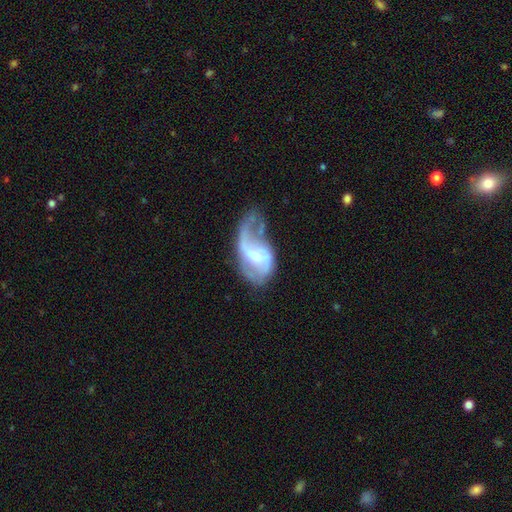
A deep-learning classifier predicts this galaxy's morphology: Smooth or featured: featured or disk — 79% (smooth — 15%)
Edge-on disk: no — 97% (yes — 3%)
Bar: weak — 51% (no — 25%)
Spiral arms: yes — 85% (no — 15%)
Spiral winding: loose — 56% (medium — 34%)
Spiral arm count: 2 — 61% (1 — 23%)
Bulge size: moderate — 46% (small — 44%)
Merging: major disturbance — 37% (none — 32%)